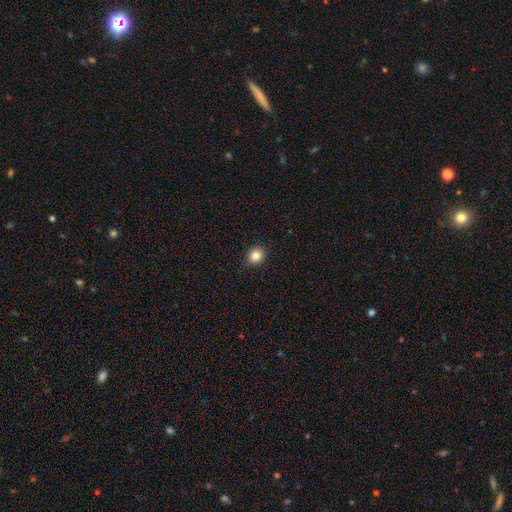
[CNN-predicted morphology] Overall: smooth (85%). How rounded: round (75%). Merging: none (90%).